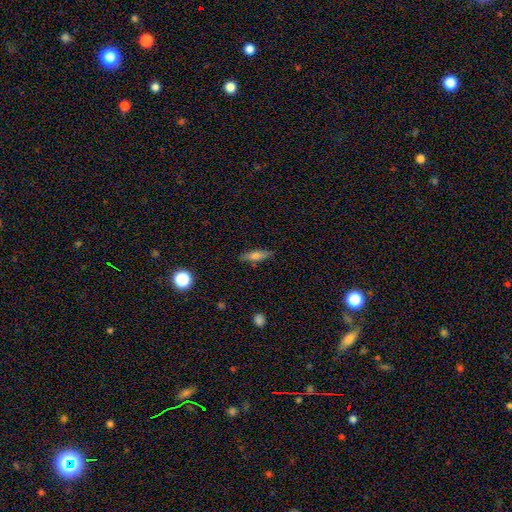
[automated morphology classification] Smooth or featured: smooth — 63% (featured or disk — 29%)
How rounded: cigar-shaped — 68% (in between — 29%)
Merging: none — 84% (minor disturbance — 12%)